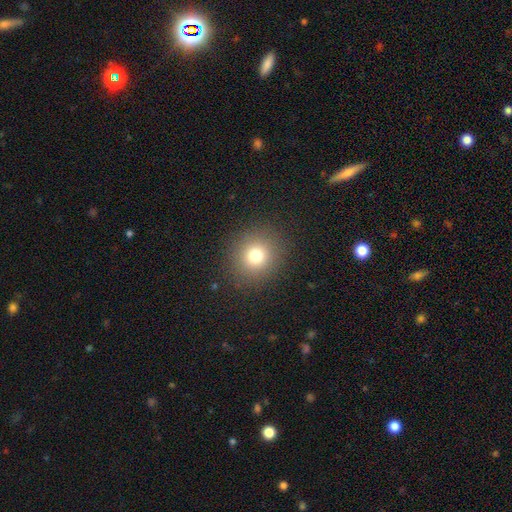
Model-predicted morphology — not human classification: Overall: smooth (76%). How rounded: round (88%). Merging: none (89%).